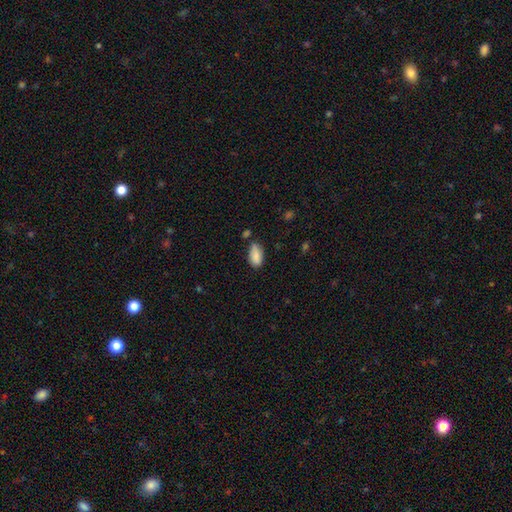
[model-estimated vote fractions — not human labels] Overall: smooth (88%). How rounded: in between (92%). Merging: none (65%).